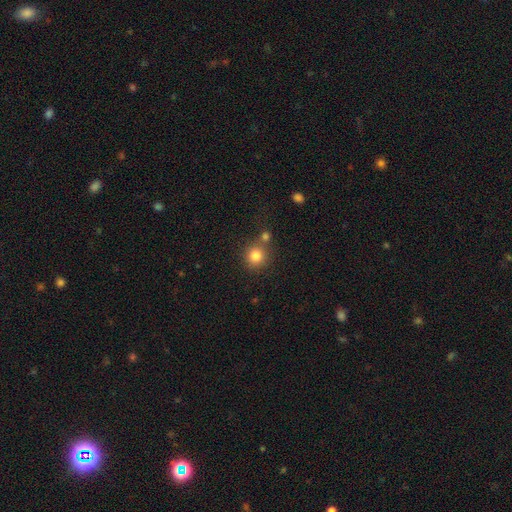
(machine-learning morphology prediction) A smooth galaxy with no disk features (82%) that is round (91%).

Vote fractions:
- Smooth or featured? smooth: 82% / star or artifact: 11% / featured or disk: 7%
- How rounded? round: 91% / in between: 8% / cigar-shaped: 1%
- Merging? none: 68% / merger: 19% / minor disturbance: 9% / major disturbance: 3%